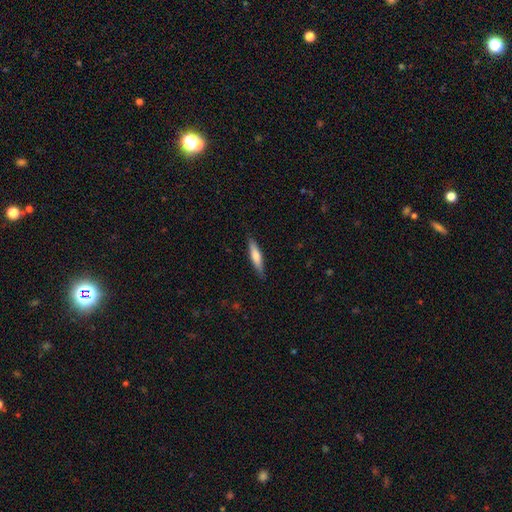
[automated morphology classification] Smooth or featured?
  - smooth: 62% *
  - featured or disk: 33%
  - star or artifact: 5%
How rounded?
  - cigar-shaped: 83% *
  - in between: 16%
  - round: 2%
Merging?
  - none: 87% *
  - minor disturbance: 10%
  - major disturbance: 2%
  - merger: 1%